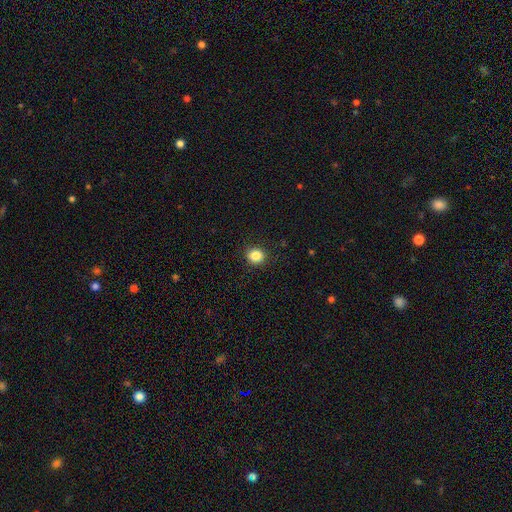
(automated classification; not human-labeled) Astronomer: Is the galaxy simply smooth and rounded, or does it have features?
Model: smooth — 87%.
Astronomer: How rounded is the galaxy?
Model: round — 83%.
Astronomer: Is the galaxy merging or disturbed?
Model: none — 90%.